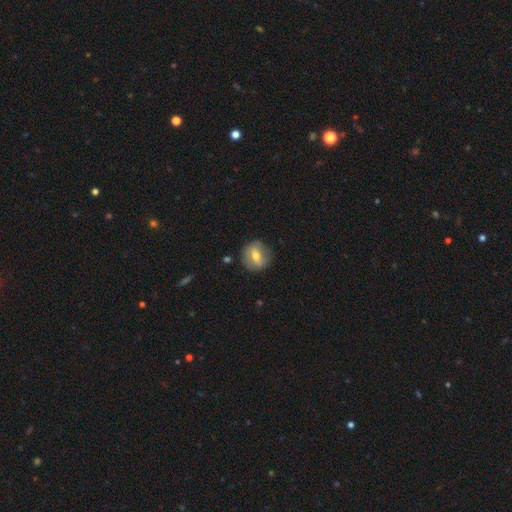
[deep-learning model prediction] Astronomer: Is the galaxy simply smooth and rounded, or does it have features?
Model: smooth — 51% (runner-up: featured or disk, 42%).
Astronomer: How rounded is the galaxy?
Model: round — 81%.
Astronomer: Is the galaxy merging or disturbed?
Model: none — 81%.